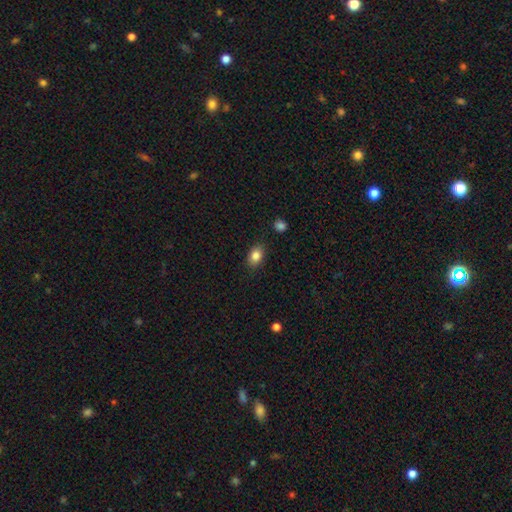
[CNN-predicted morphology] The model was most divided on "how rounded": in between: 80%, round: 18%, cigar-shaped: 2%. More confident: merging — none (86%); smooth or featured — smooth (85%).